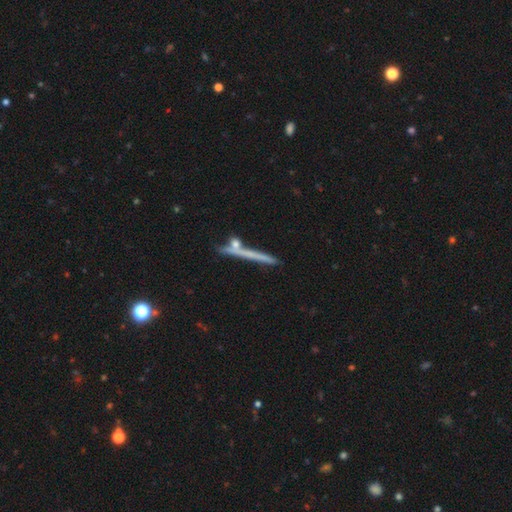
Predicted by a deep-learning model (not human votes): Q: Smooth or featured?
A: smooth (46%); tied with: featured or disk (46%)
Q: Merging?
A: none (69%); runner-up: merger (15%)